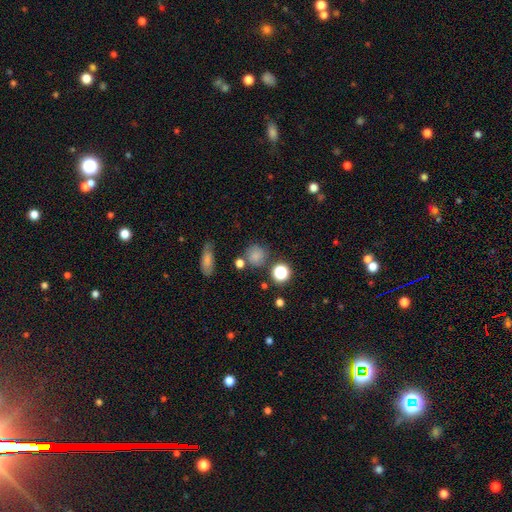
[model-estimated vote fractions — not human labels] smooth_or_featured: smooth (p=0.75) [alt: star or artifact p=0.17]
how_rounded: round (p=0.86) [alt: in between p=0.13]
merging: none (p=0.70) [alt: minor disturbance p=0.14]